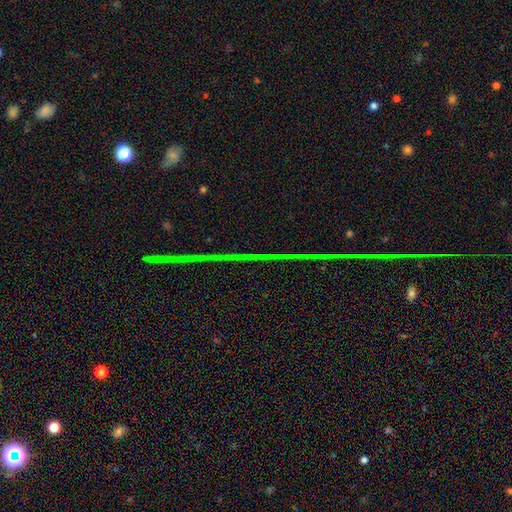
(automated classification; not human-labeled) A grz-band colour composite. It shows a star or artifact, not a galaxy (85%).